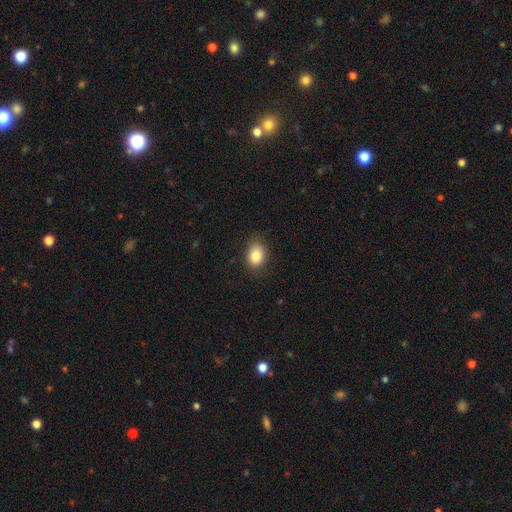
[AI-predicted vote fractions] The model was most divided on "how rounded": in between: 74%, round: 25%, cigar-shaped: 1%. More confident: smooth or featured — smooth (86%); merging — none (81%).